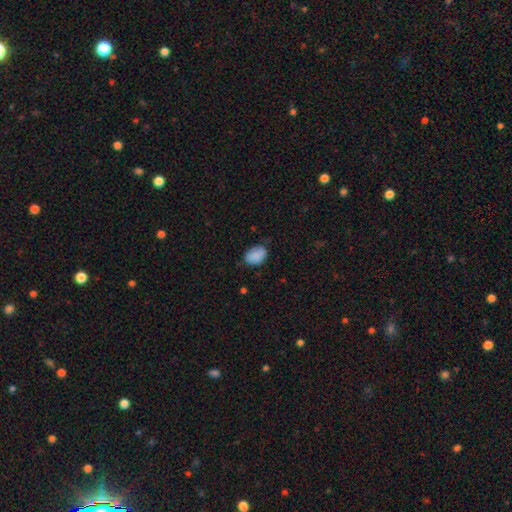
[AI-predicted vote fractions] A smooth galaxy with no disk features (85%) that is in between round and cigar-shaped (77%). Merging: none (61%).